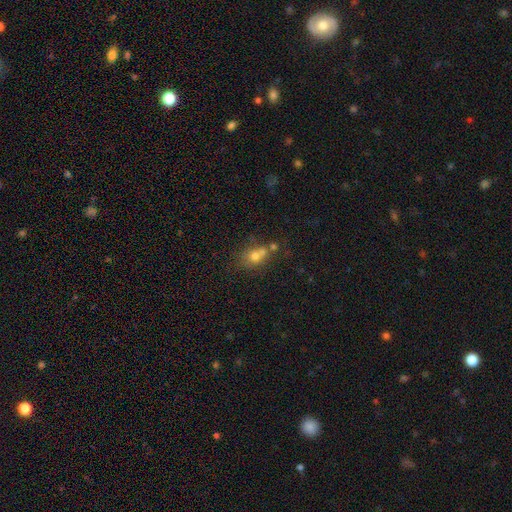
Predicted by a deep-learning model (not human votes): A smooth galaxy with no disk features (67%) that is round (55%). Merging: merger (42%).